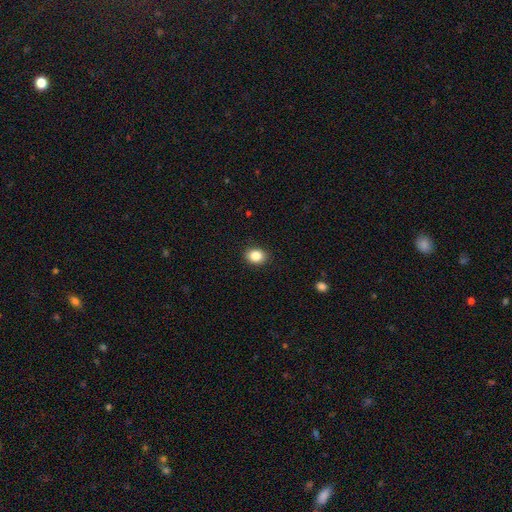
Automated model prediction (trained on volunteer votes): The model was most divided on "how rounded": in between: 54%, round: 45%, cigar-shaped: 1%. More confident: merging — none (89%); smooth or featured — smooth (86%).